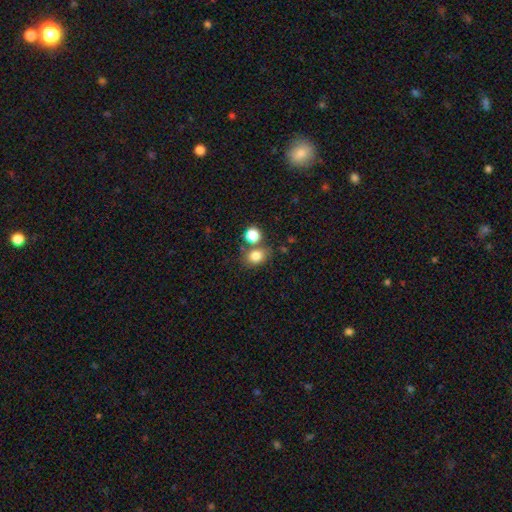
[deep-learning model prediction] A smooth galaxy with no disk features (81%) that is round (51%). Merging: none (61%).